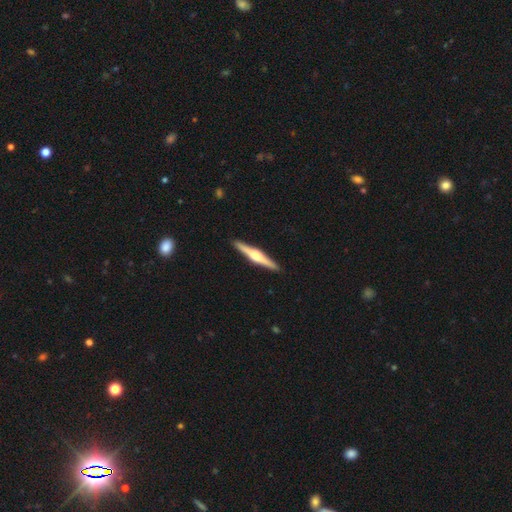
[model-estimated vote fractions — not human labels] Overall: featured or disk (73%). Edge-on disk: yes (98%). Edge-on bulge: rounded (89%). Merging: none (92%).